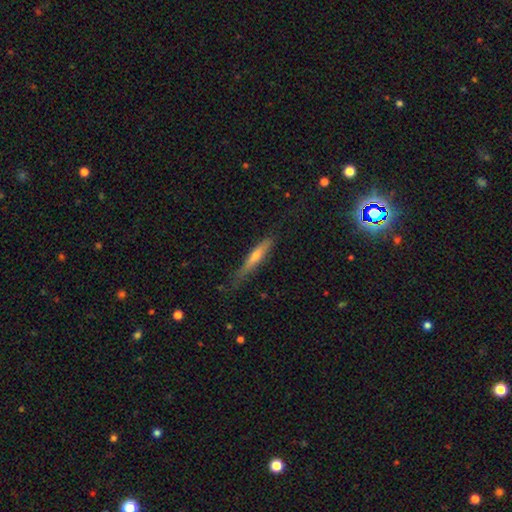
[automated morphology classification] Smooth or featured? Predicted: smooth (p=0.47). Merging? Predicted: none (p=0.72).